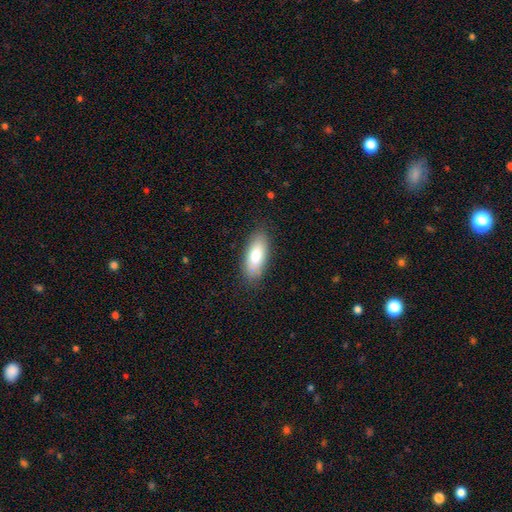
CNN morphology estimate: type=smooth (80%); roundness=in between (81%); merging=none (84%).